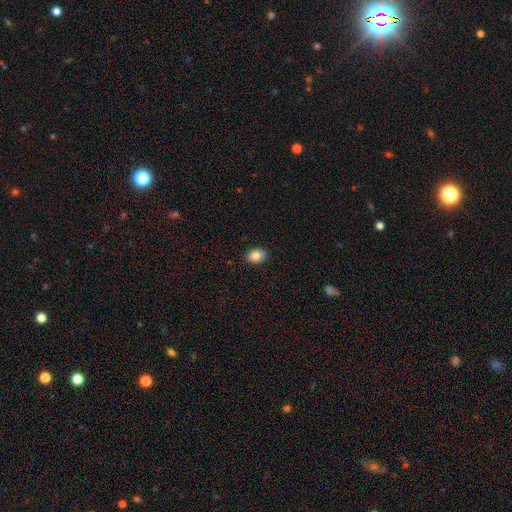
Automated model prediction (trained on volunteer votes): smooth-or-featured: smooth: 86% | star or artifact: 8% | featured or disk: 6%
  how-rounded: in between: 69% | round: 30% | cigar-shaped: 1%
  merging: none: 90% | minor disturbance: 8% | major disturbance: 2% | merger: 1%